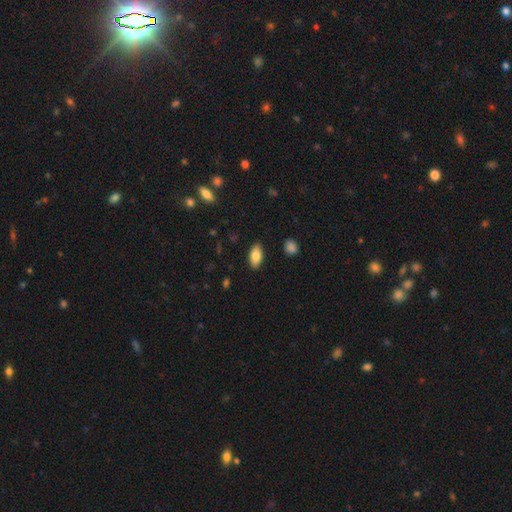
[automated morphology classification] Smooth or featured?
  - smooth: 80% *
  - featured or disk: 13%
  - star or artifact: 7%
How rounded?
  - in between: 90% *
  - cigar-shaped: 7%
  - round: 3%
Merging?
  - none: 88% *
  - minor disturbance: 8%
  - major disturbance: 2%
  - merger: 1%